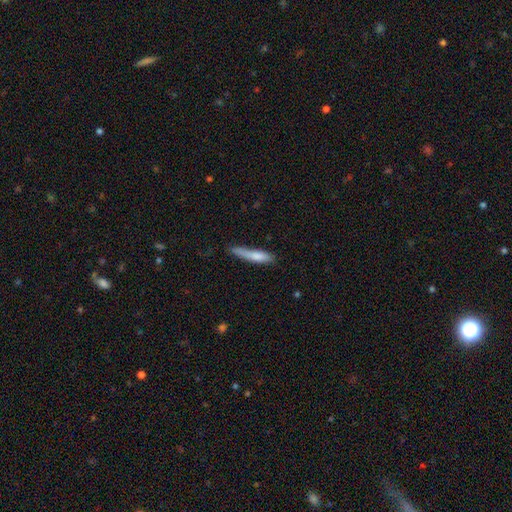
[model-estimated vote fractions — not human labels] Smooth or featured? smooth (77%)
How rounded? cigar-shaped (86%)
Merging? none (59%)